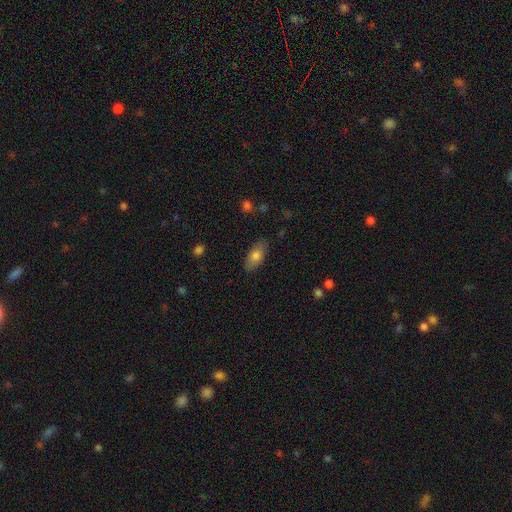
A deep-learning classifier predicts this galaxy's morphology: Smooth or featured? smooth (77%)
How rounded? in between (85%)
Merging? none (84%)